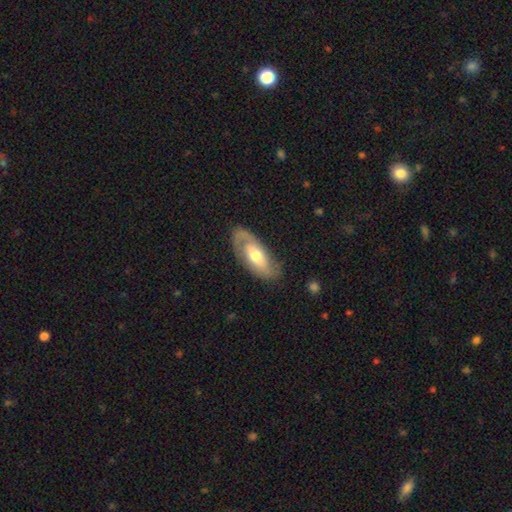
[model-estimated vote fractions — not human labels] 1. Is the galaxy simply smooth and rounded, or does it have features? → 62% featured or disk, 33% smooth, 5% star or artifact.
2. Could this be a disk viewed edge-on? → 88% no, 12% yes.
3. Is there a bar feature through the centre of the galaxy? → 58% no, 30% weak, 12% strong.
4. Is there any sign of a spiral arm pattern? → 75% yes, 25% no.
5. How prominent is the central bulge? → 68% moderate, 17% small, 12% large, 1% dominant, 1% none.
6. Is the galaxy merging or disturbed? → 75% none, 17% minor disturbance, 6% major disturbance, 1% merger.